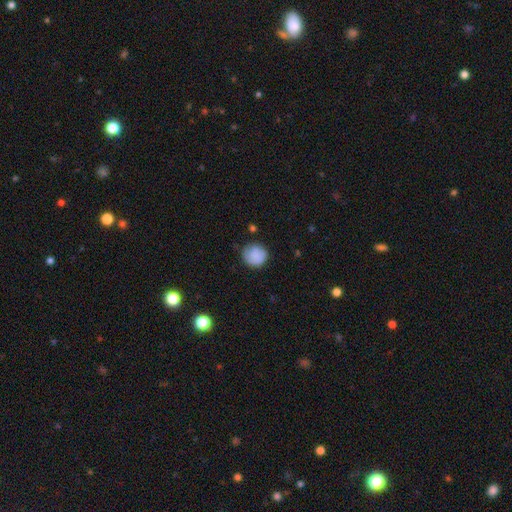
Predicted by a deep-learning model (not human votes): smooth-or-featured: smooth: 84% | featured or disk: 9% | star or artifact: 8%
  how-rounded: round: 87% | in between: 12% | cigar-shaped: 1%
  merging: none: 72% | minor disturbance: 21% | major disturbance: 5% | merger: 2%